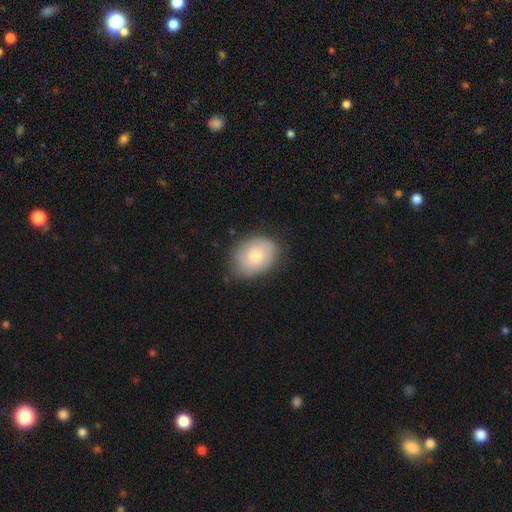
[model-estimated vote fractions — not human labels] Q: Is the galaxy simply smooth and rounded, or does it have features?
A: smooth — 72%.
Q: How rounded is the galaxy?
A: in between — 64%.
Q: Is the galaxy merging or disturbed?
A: none — 77%.